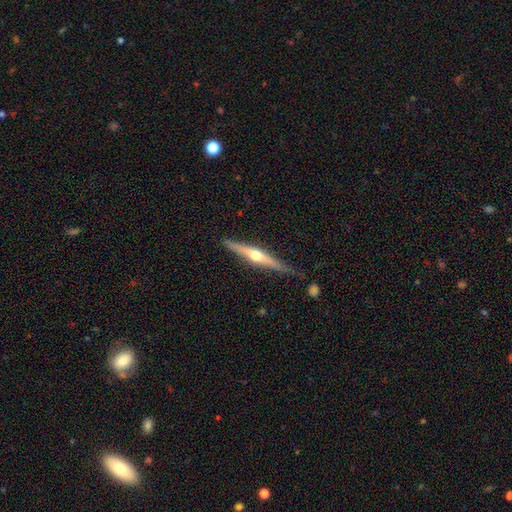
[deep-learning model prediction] Smooth or featured: featured or disk — 71% (smooth — 24%)
Edge-on disk: yes — 97% (no — 3%)
Edge-on bulge: rounded — 90% (none — 6%)
Merging: none — 82% (minor disturbance — 14%)